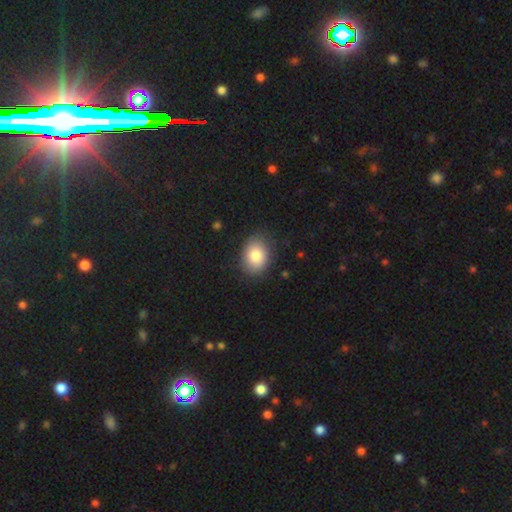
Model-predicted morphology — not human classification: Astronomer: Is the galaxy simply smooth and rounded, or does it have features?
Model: smooth — 83%.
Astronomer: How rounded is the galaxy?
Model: in between — 66%.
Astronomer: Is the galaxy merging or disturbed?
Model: none — 83%.